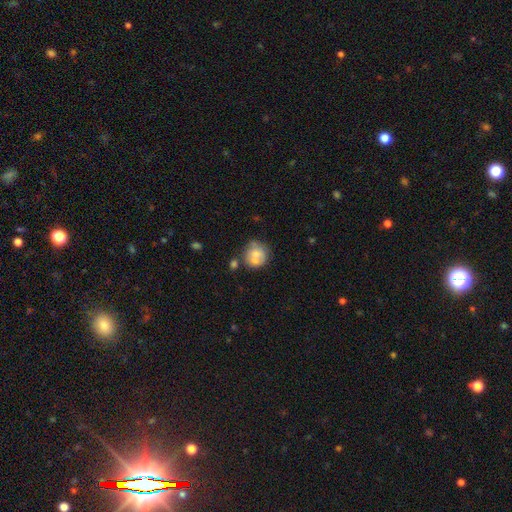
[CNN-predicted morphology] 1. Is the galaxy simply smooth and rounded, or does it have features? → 64% smooth, 28% featured or disk, 8% star or artifact.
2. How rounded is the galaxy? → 80% round, 19% in between, 1% cigar-shaped.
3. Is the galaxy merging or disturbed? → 45% none, 31% merger, 17% minor disturbance, 7% major disturbance.